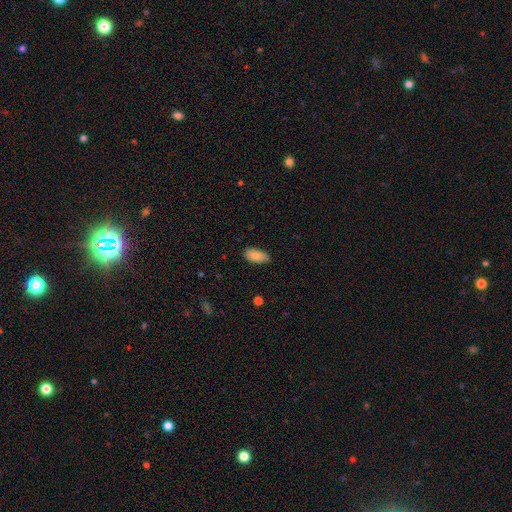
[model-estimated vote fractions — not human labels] The model was most divided on "merging": none: 78%, minor disturbance: 18%, major disturbance: 3%, merger: 1%. More confident: how rounded — in between (92%); smooth or featured — smooth (87%).